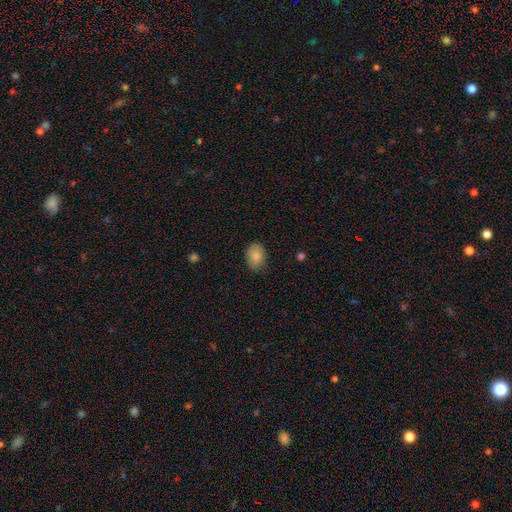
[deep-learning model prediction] Smooth or featured?
  - smooth: 85% *
  - star or artifact: 8%
  - featured or disk: 7%
How rounded?
  - in between: 79% *
  - round: 20%
  - cigar-shaped: 1%
Merging?
  - none: 75% *
  - minor disturbance: 20%
  - major disturbance: 4%
  - merger: 1%